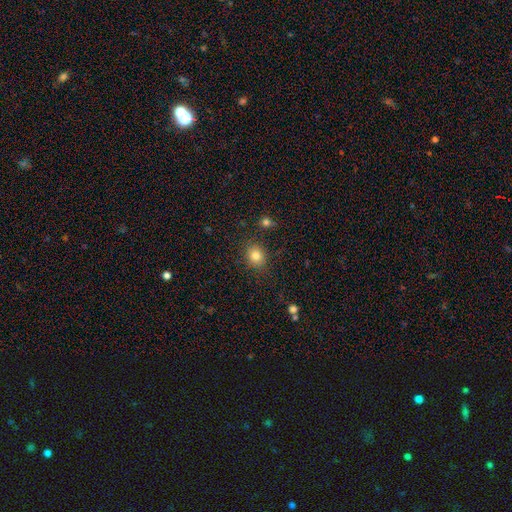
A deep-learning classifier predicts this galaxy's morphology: Overall: smooth (82%). How rounded: round (64%; in between 35%). Merging: none (83%).